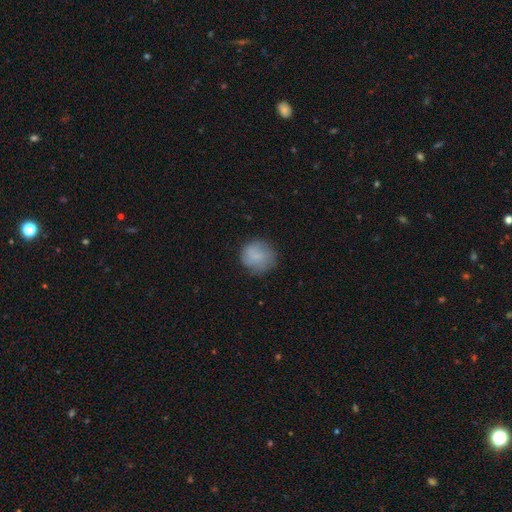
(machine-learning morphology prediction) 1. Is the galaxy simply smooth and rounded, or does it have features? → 80% smooth, 12% featured or disk, 8% star or artifact.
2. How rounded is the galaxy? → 91% round, 8% in between, 1% cigar-shaped.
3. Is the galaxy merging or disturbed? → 76% none, 17% minor disturbance, 6% major disturbance, 1% merger.